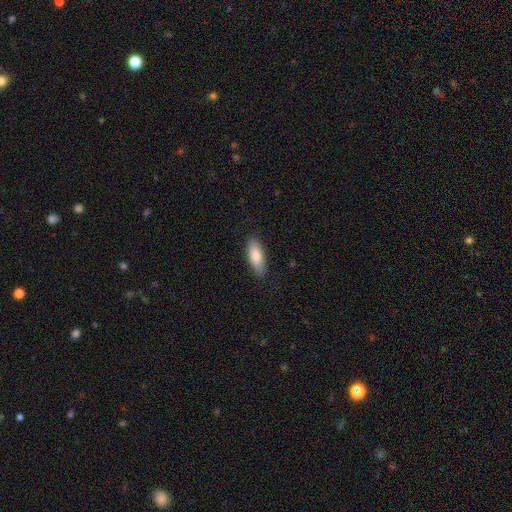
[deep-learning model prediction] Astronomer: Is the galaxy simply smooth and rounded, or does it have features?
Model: smooth — 81%.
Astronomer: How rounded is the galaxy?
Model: in between — 69%.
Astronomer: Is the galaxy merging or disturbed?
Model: none — 86%.